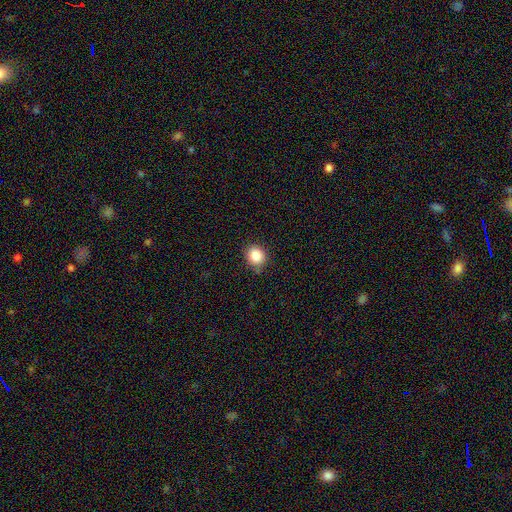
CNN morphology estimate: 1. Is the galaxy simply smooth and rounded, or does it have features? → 85% smooth, 10% star or artifact, 5% featured or disk.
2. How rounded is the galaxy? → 76% round, 23% in between, 1% cigar-shaped.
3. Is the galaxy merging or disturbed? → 80% none, 15% minor disturbance, 3% major disturbance, 2% merger.